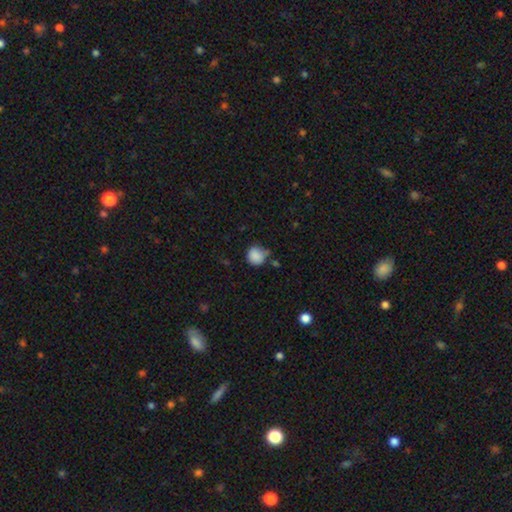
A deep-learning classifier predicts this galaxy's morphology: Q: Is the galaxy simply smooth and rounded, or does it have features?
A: smooth — 85%.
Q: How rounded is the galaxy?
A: round — 84%.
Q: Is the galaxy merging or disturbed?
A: none — 54%.